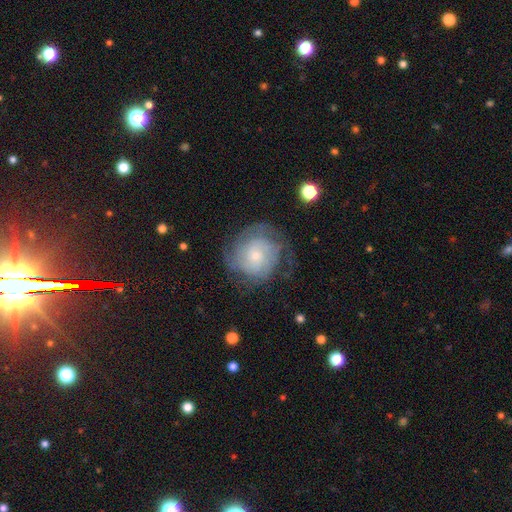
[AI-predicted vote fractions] Smooth or featured? Predicted: featured or disk (p=0.68). Edge-on disk? Predicted: no (p=0.97). Bar? Predicted: no (p=0.77). Spiral arms? Predicted: yes (p=0.87). Spiral winding? Predicted: tight (p=0.61). Spiral arm count? Predicted: can't tell (p=0.45). Bulge size? Predicted: small (p=0.62). Merging? Predicted: none (p=0.62).